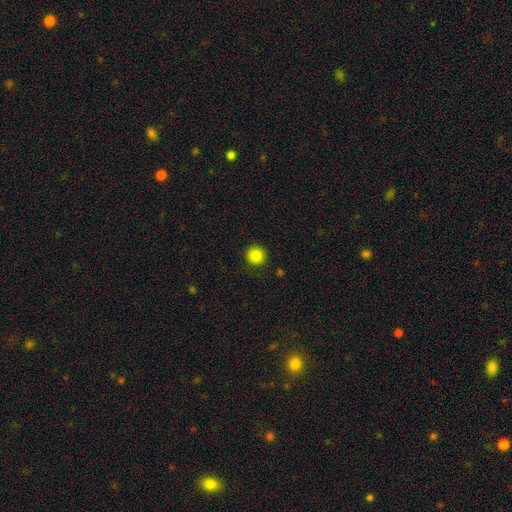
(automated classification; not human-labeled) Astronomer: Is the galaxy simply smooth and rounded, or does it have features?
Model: smooth — 86%.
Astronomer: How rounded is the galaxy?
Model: round — 94%.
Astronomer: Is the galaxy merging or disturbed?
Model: none — 91%.